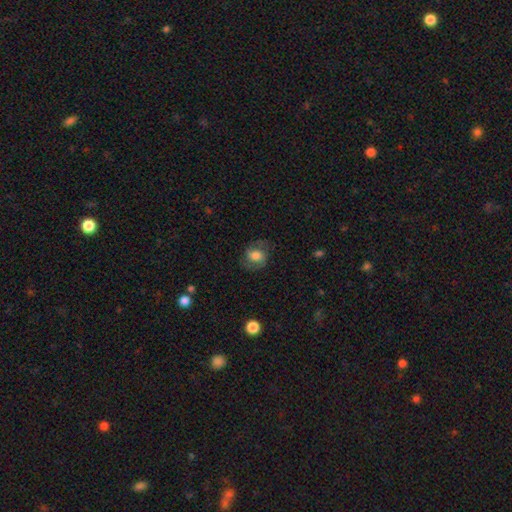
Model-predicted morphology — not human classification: type=smooth (53%); roundness=round (59%); merging=none (70%).